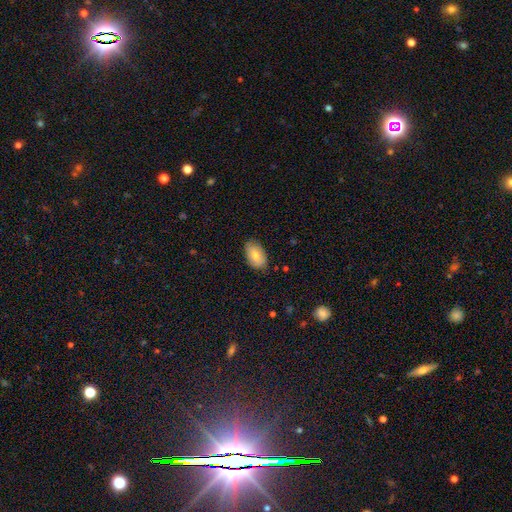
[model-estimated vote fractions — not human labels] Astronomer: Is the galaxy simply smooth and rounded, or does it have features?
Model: smooth — 78%.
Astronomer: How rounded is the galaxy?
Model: in between — 92%.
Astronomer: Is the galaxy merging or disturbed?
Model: none — 80%.